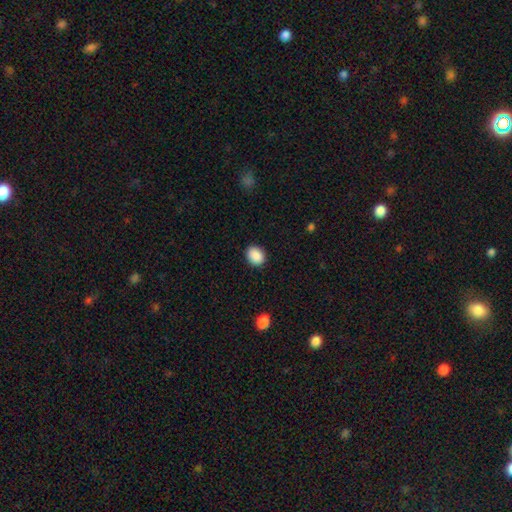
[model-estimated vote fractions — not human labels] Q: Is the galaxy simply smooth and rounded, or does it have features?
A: smooth — 90%.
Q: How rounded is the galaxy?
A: round — 50%.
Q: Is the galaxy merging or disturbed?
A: none — 89%.